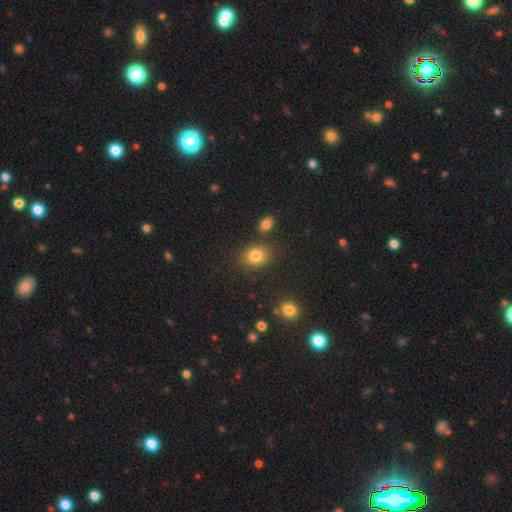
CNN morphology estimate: type=smooth (82%); roundness=round (53%); merging=none (77%).